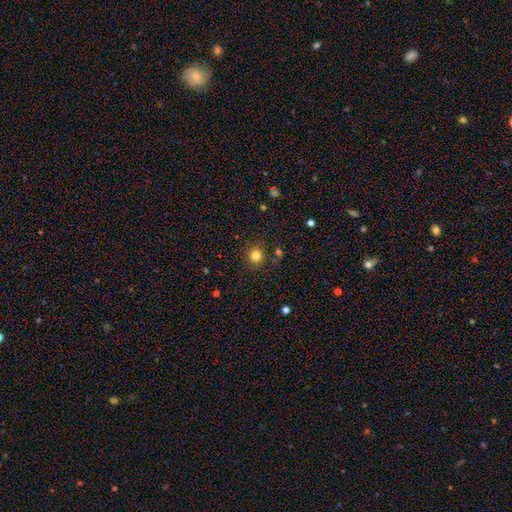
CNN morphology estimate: smooth-or-featured: smooth: 81% | star or artifact: 13% | featured or disk: 6%
  how-rounded: round: 87% | in between: 12% | cigar-shaped: 1%
  merging: none: 84% | minor disturbance: 9% | merger: 3% | major disturbance: 3%